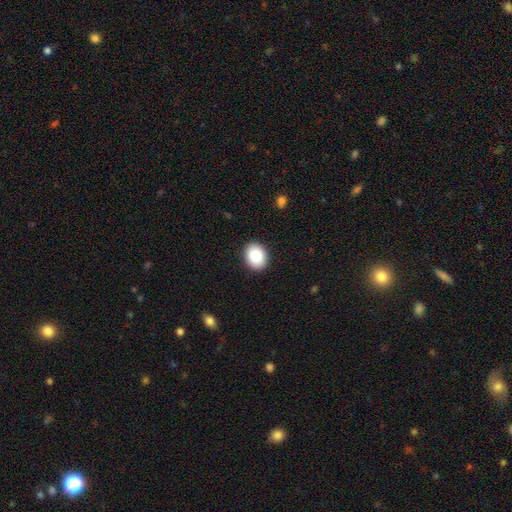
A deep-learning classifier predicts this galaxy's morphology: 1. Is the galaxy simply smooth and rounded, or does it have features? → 84% smooth, 8% featured or disk, 8% star or artifact.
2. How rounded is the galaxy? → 55% in between, 45% round, 1% cigar-shaped.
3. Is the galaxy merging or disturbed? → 91% none, 7% minor disturbance, 2% major disturbance, 1% merger.